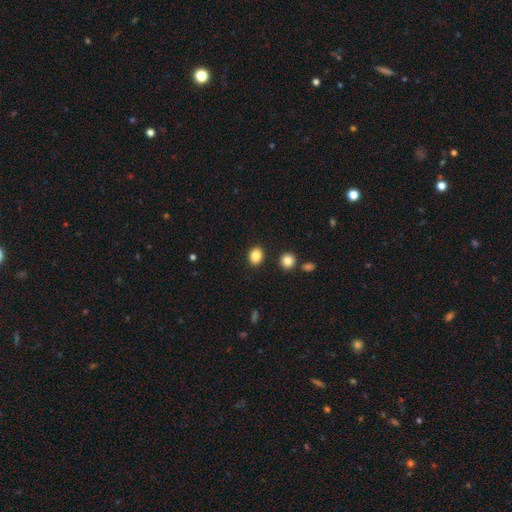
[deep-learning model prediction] Q: Smooth or featured?
A: smooth (87%); runner-up: star or artifact (9%)
Q: How rounded?
A: in between (50%); runner-up: round (49%)
Q: Merging?
A: none (88%); runner-up: minor disturbance (7%)